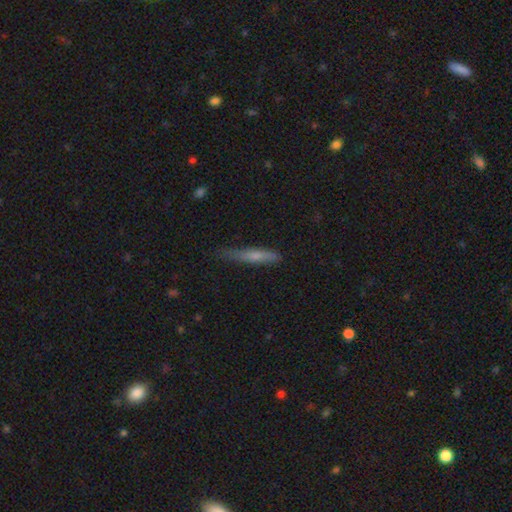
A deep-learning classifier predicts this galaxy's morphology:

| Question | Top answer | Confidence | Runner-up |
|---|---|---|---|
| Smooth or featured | smooth | 64% | featured or disk (29%) |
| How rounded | cigar-shaped | 90% | in between (9%) |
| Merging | none | 66% | minor disturbance (27%) |